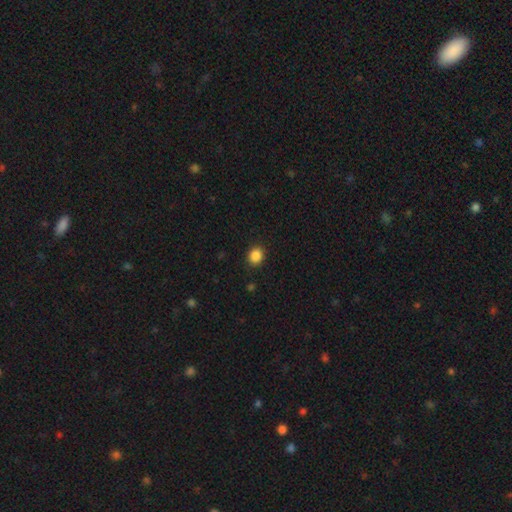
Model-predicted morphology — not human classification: A smooth galaxy with no disk features (87%) that is round (73%). Merging: none (90%).